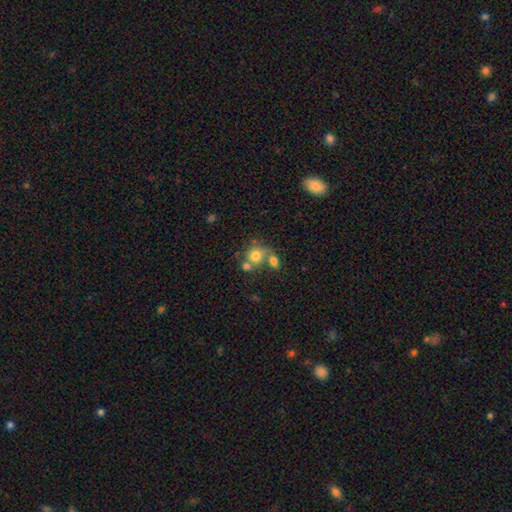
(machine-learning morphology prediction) A smooth galaxy with no disk features (72%) that is round (74%).

Vote fractions:
- Smooth or featured? smooth: 72% / featured or disk: 16% / star or artifact: 11%
- How rounded? round: 74% / in between: 24% / cigar-shaped: 1%
- Merging? merger: 47% / none: 37% / minor disturbance: 10% / major disturbance: 6%